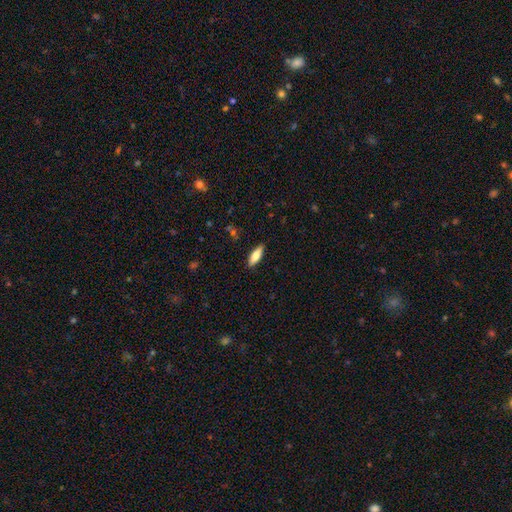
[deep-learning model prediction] Smooth or featured?
  - smooth: 68% *
  - featured or disk: 26%
  - star or artifact: 6%
How rounded?
  - in between: 60% *
  - cigar-shaped: 38%
  - round: 2%
Merging?
  - none: 88% *
  - minor disturbance: 9%
  - major disturbance: 2%
  - merger: 1%